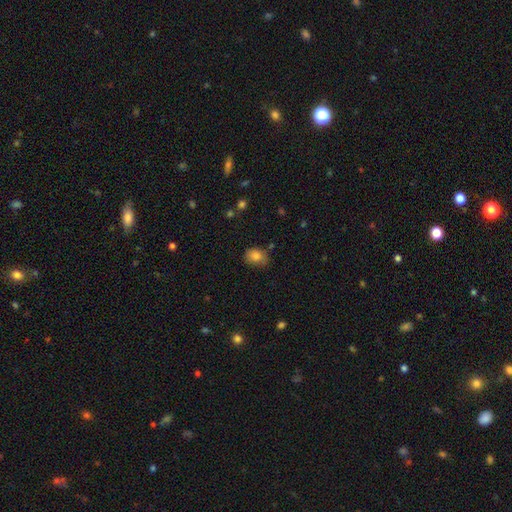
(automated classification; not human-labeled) The model was most divided on "how rounded": in between: 62%, round: 37%, cigar-shaped: 1%. More confident: smooth or featured — smooth (82%); merging — none (67%).